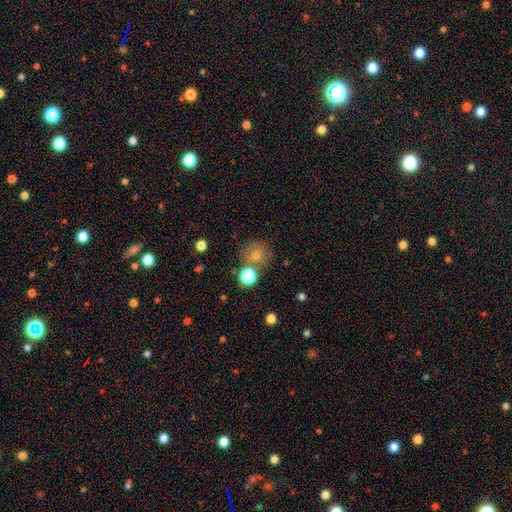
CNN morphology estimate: A smooth galaxy with no disk features (59%) that is round (89%).

Vote fractions:
- Smooth or featured? smooth: 59% / star or artifact: 23% / featured or disk: 18%
- How rounded? round: 89% / in between: 10% / cigar-shaped: 1%
- Merging? none: 71% / merger: 13% / minor disturbance: 11% / major disturbance: 5%